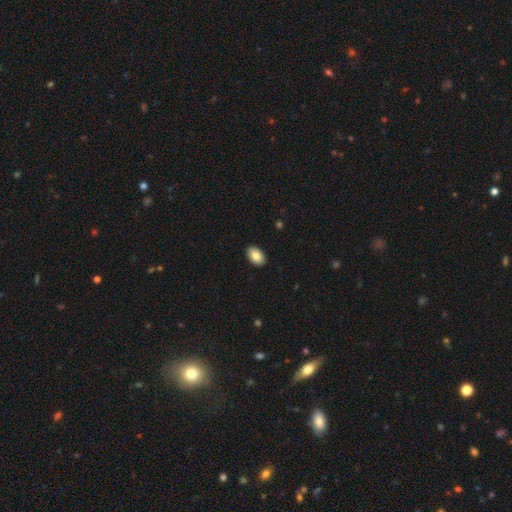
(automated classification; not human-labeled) This is clearly a smooth galaxy (86%). How rounded: clearly in between (93%). Merging: clearly none (90%).